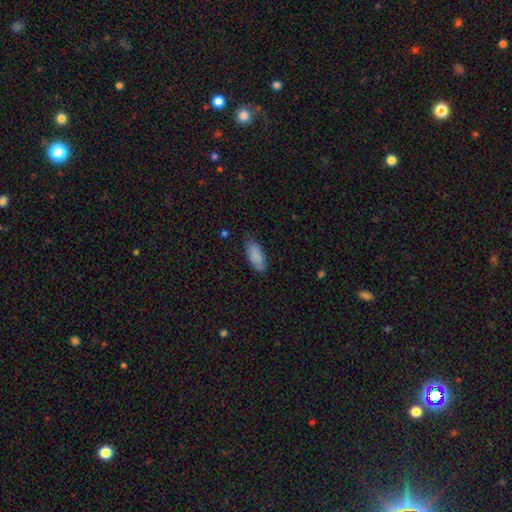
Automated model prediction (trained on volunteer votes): The model was most divided on "merging": none: 76%, minor disturbance: 19%, major disturbance: 3%, merger: 1%. More confident: smooth or featured — smooth (87%); how rounded — in between (83%).